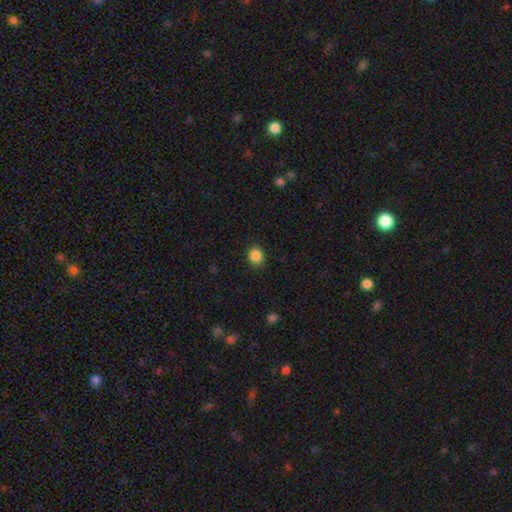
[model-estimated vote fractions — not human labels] A smooth galaxy with no disk features (87%) that is round (66%). Merging: none (89%).